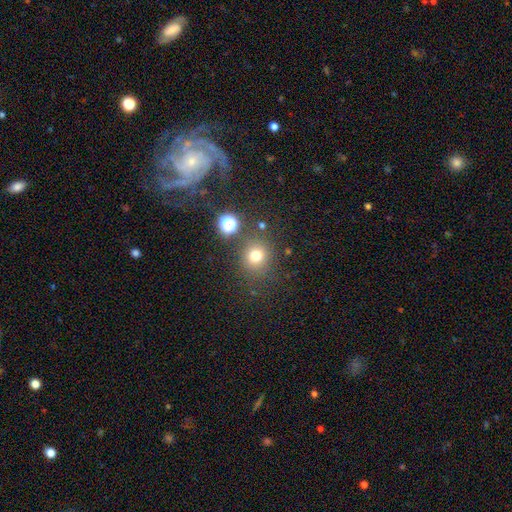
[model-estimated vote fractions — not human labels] Smooth or featured? smooth (73%)
How rounded? round (85%)
Merging? none (80%)